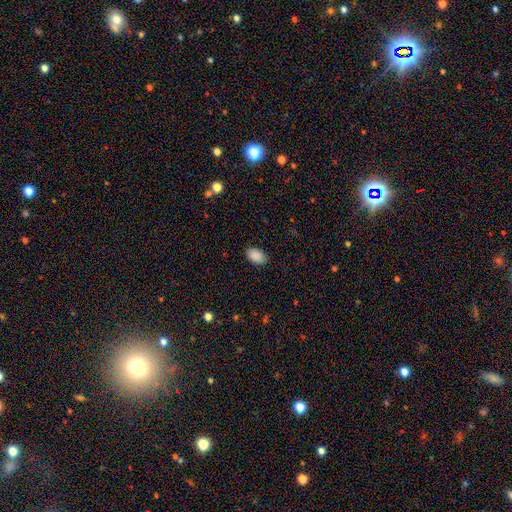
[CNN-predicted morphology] smooth_or_featured: smooth (p=0.89) [alt: star or artifact p=0.07]
how_rounded: in between (p=0.91) [alt: round p=0.08]
merging: none (p=0.86) [alt: minor disturbance p=0.11]